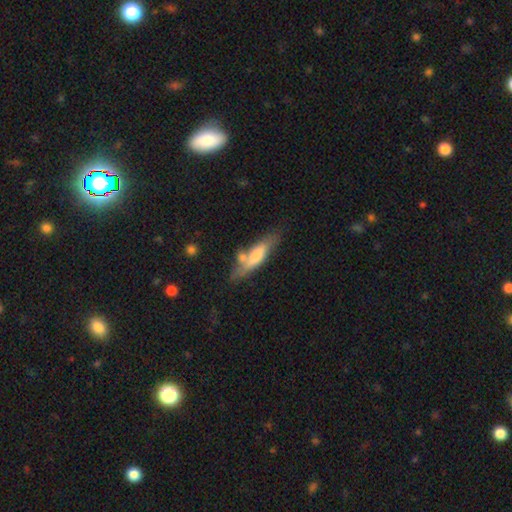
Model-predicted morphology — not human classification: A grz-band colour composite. It shows a smooth galaxy with no disk features (58%) that is cigar-shaped (67%). Merging: none (53%).